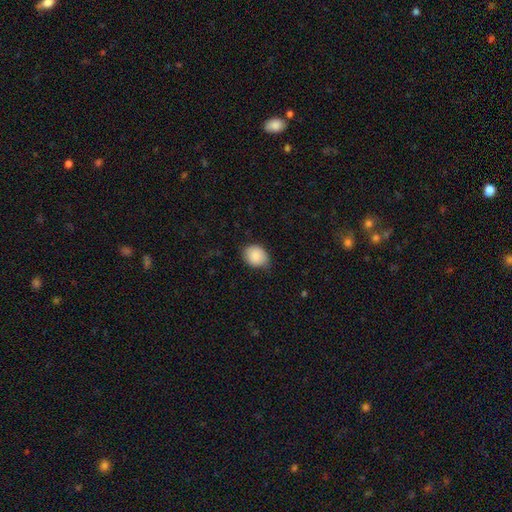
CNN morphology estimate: A smooth galaxy with no disk features (88%) that is in between round and cigar-shaped (50%). Merging: none (68%).